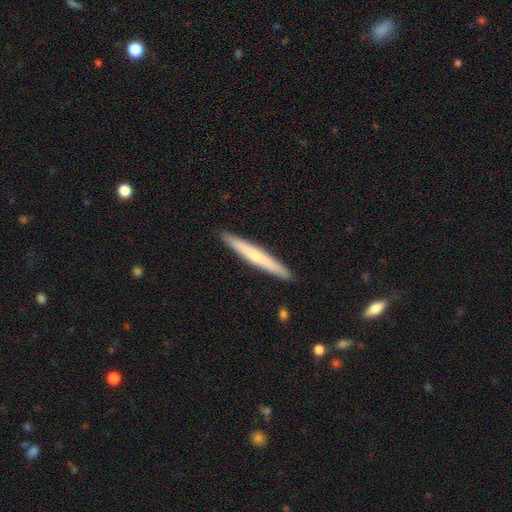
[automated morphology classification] The model was most divided on "smooth or featured": smooth: 55%, featured or disk: 40%, star or artifact: 5%. More confident: how rounded — cigar-shaped (97%); merging — none (92%).